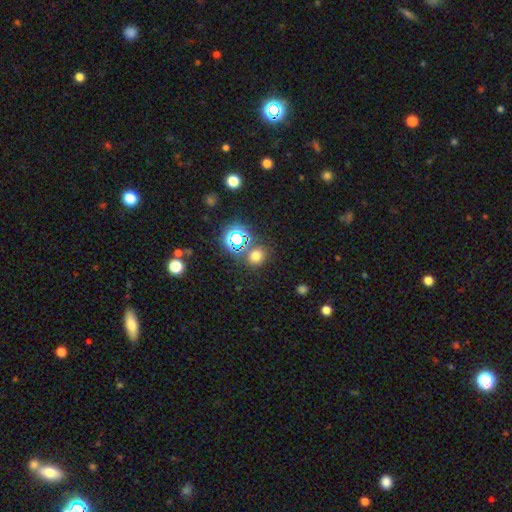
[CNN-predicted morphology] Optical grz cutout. It shows a smooth galaxy with no disk features (64%) that is round (80%). Merging: none (78%).